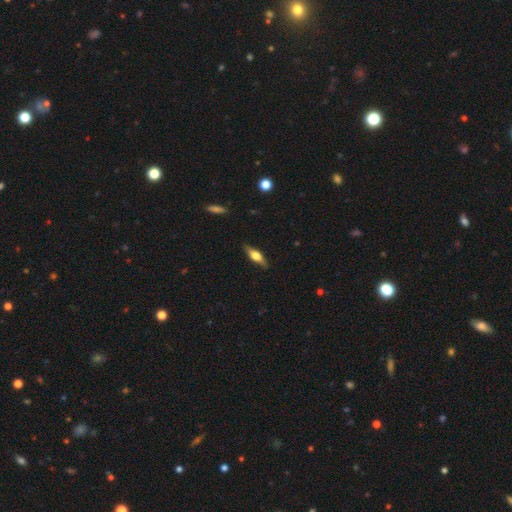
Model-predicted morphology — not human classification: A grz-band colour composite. It shows a smooth galaxy with no disk features (47%, tied with featured or disk). Merging: none (84%).